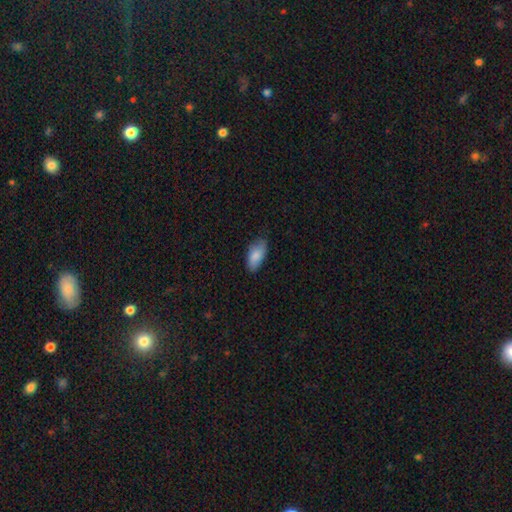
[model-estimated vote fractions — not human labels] This is clearly a smooth galaxy (85%). How rounded: clearly in between (92%). Merging: likely none (77%).